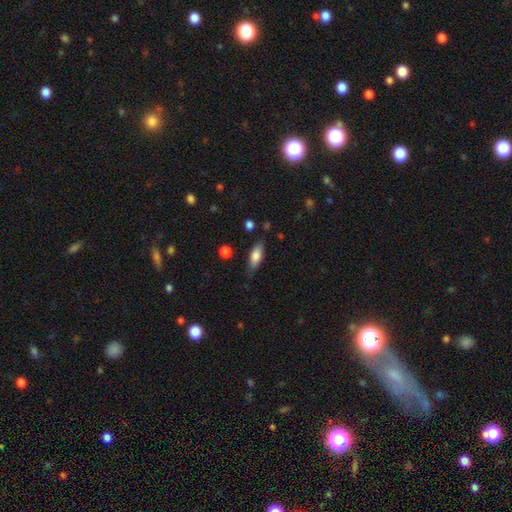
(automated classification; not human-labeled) A smooth galaxy with no disk features (78%) that is in between round and cigar-shaped (75%). Merging: none (76%).